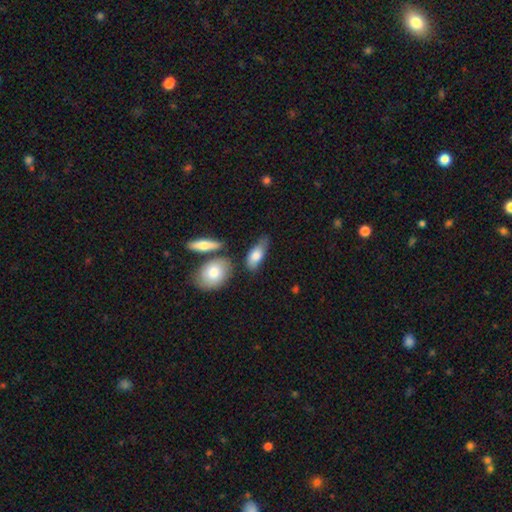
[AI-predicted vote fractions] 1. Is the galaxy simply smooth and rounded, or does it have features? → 77% smooth, 17% featured or disk, 6% star or artifact.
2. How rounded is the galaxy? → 84% in between, 11% cigar-shaped, 5% round.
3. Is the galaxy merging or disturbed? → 56% none, 25% minor disturbance, 12% merger, 7% major disturbance.